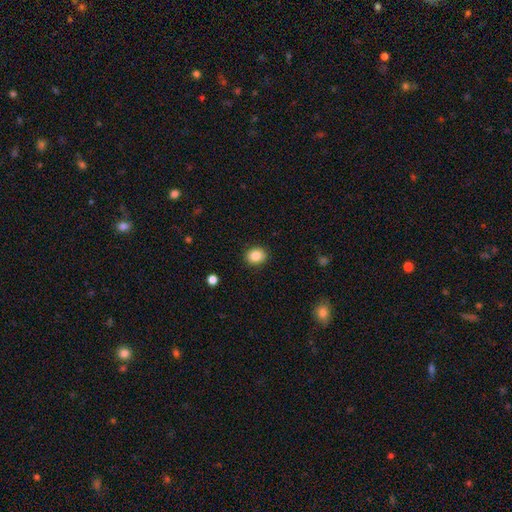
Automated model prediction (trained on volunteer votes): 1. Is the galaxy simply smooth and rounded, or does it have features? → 86% smooth, 9% star or artifact, 5% featured or disk.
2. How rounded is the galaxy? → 65% round, 35% in between, 1% cigar-shaped.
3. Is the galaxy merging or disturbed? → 90% none, 7% minor disturbance, 2% major disturbance, 1% merger.